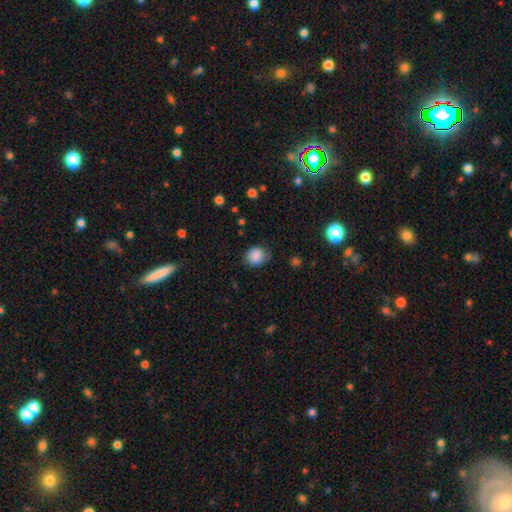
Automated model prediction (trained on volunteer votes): Smooth or featured?
  - smooth: 86% *
  - star or artifact: 8%
  - featured or disk: 6%
How rounded?
  - round: 75% *
  - in between: 24%
  - cigar-shaped: 1%
Merging?
  - none: 69% *
  - minor disturbance: 23%
  - major disturbance: 7%
  - merger: 1%